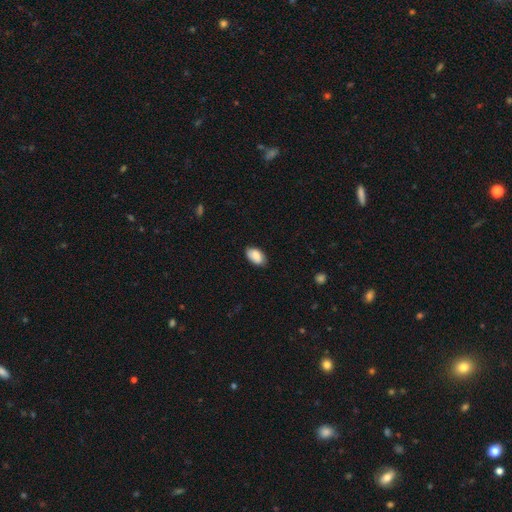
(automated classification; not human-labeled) A smooth galaxy with no disk features (81%) that is in between round and cigar-shaped (93%).

Vote fractions:
- Smooth or featured? smooth: 81% / featured or disk: 12% / star or artifact: 7%
- How rounded? in between: 93% / round: 5% / cigar-shaped: 2%
- Merging? none: 81% / minor disturbance: 16% / major disturbance: 3% / merger: 1%